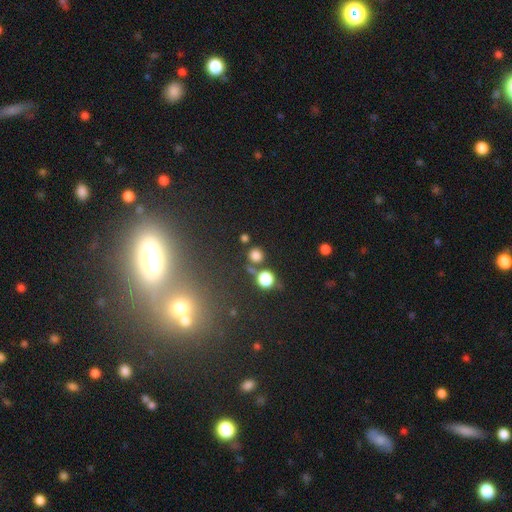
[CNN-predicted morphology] Smooth or featured? smooth (77%)
How rounded? round (90%)
Merging? none (76%)